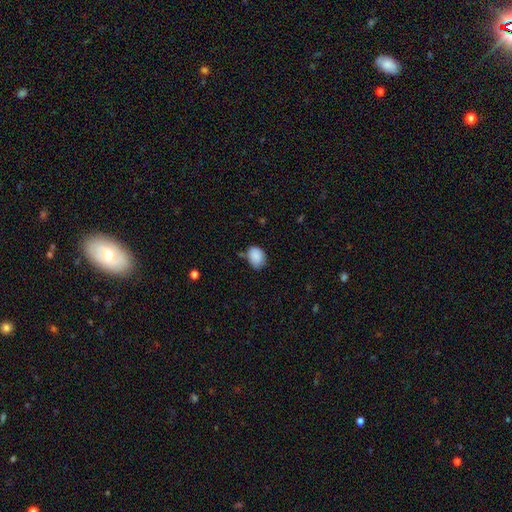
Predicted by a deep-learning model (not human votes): Morphology: type=smooth (88%); roundness=in between (68%); merging=none (63%).